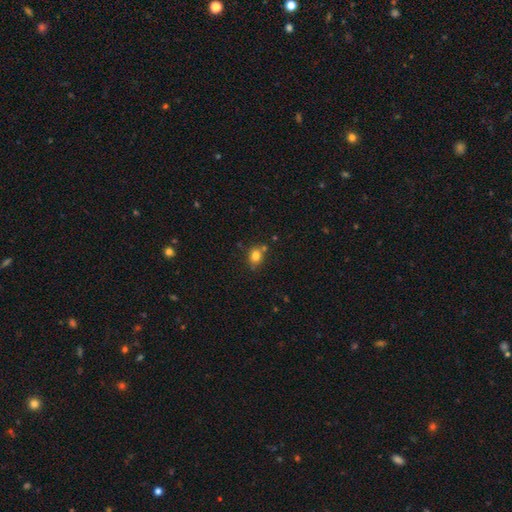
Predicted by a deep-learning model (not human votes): Smooth or featured? Predicted: smooth (p=0.80). How rounded? Predicted: round (p=0.54). Merging? Predicted: none (p=0.69).